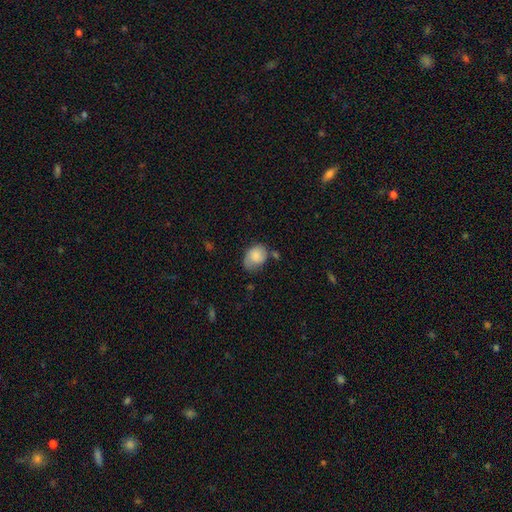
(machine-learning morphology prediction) smooth-or-featured: smooth: 78% | featured or disk: 15% | star or artifact: 8%
  how-rounded: in between: 64% | round: 35% | cigar-shaped: 1%
  merging: none: 46% | minor disturbance: 35% | major disturbance: 13% | merger: 6%